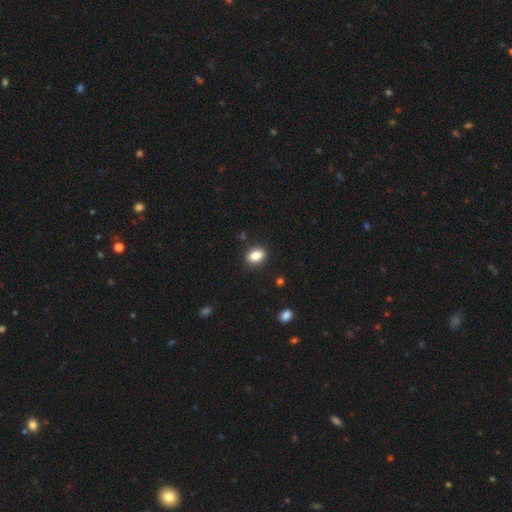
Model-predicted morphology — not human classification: smooth 85%, star or artifact 9%, featured or disk 6%. Down the decision tree: how rounded — in between (73%); merging — none (88%).